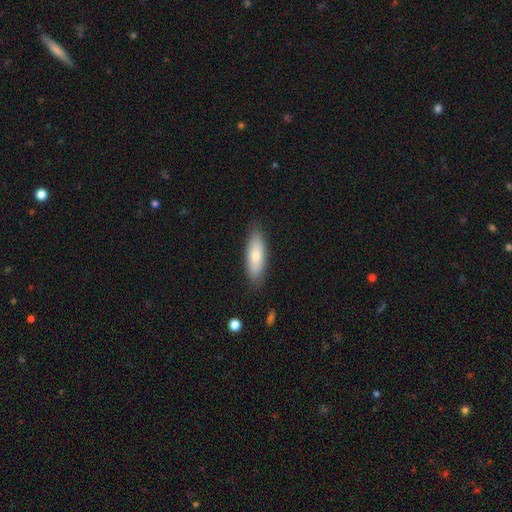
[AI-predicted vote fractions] The model was most divided on "how rounded": in between: 58%, cigar-shaped: 40%, round: 2%. More confident: merging — none (83%); smooth or featured — smooth (74%).